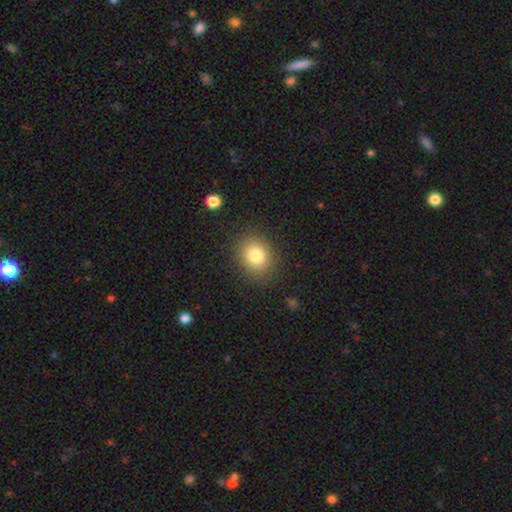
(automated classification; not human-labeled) smooth 81%, star or artifact 10%, featured or disk 9%. Down the decision tree: how rounded — round (56%); merging — none (85%).